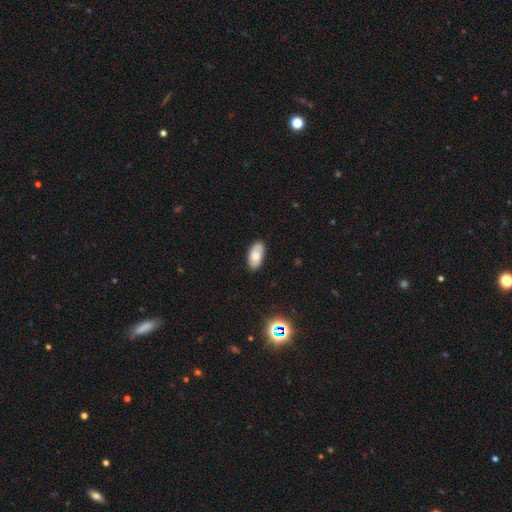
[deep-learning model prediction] The model was most divided on "smooth or featured": smooth: 74%, featured or disk: 18%, star or artifact: 8%. More confident: how rounded — in between (94%); merging — none (82%).